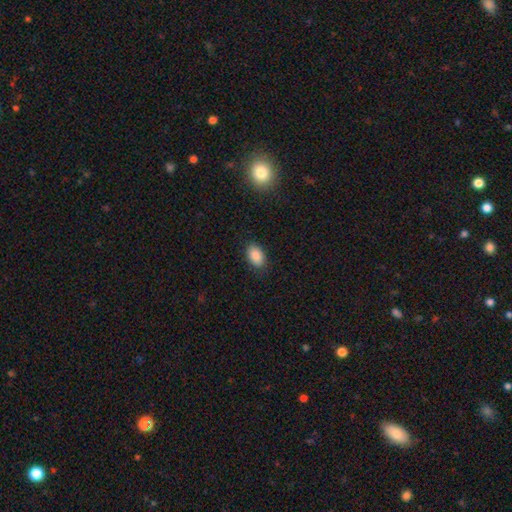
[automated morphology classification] Smooth or featured: smooth — 87% (star or artifact — 8%)
How rounded: in between — 89% (round — 10%)
Merging: none — 86% (minor disturbance — 11%)